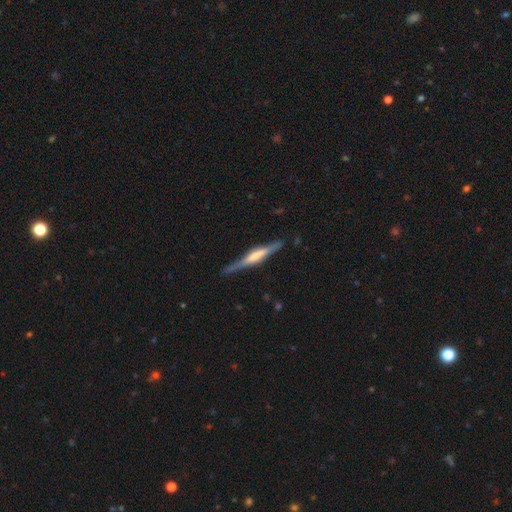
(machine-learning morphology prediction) The model was most divided on "edge-on bulge": boxy: 46%, rounded: 36%, none: 18%. More confident: edge-on disk — yes (96%); merging — none (83%); smooth or featured — featured or disk (68%).